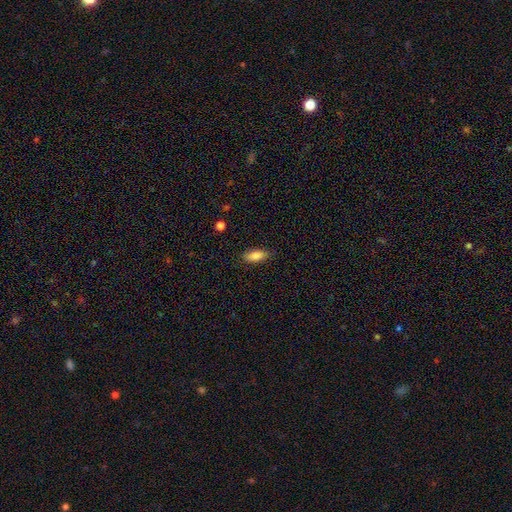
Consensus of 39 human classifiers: This is likely a smooth galaxy (79%). How rounded: likely in between (74%). Merging: clearly none (97%).